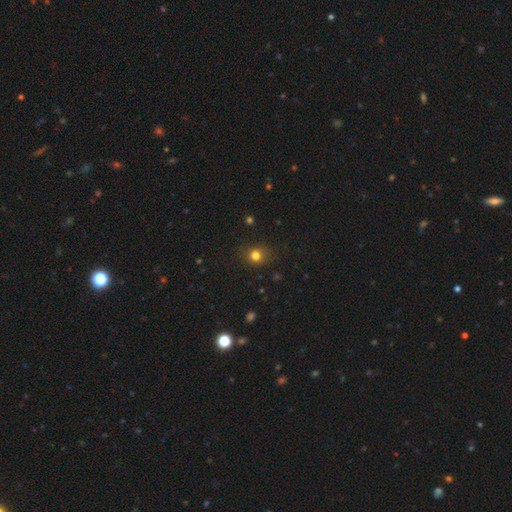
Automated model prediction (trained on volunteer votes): smooth_or_featured: smooth (p=0.78) [alt: star or artifact p=0.16]
how_rounded: round (p=0.82) [alt: in between p=0.17]
merging: none (p=0.84) [alt: minor disturbance p=0.11]